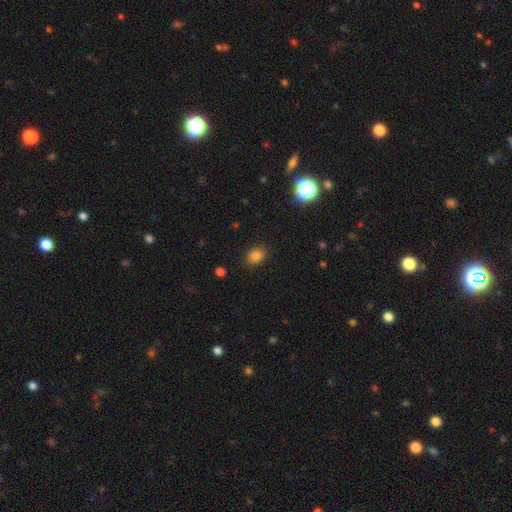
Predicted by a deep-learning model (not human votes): Morphology: type=smooth (82%); roundness=in between (57%); merging=none (85%).